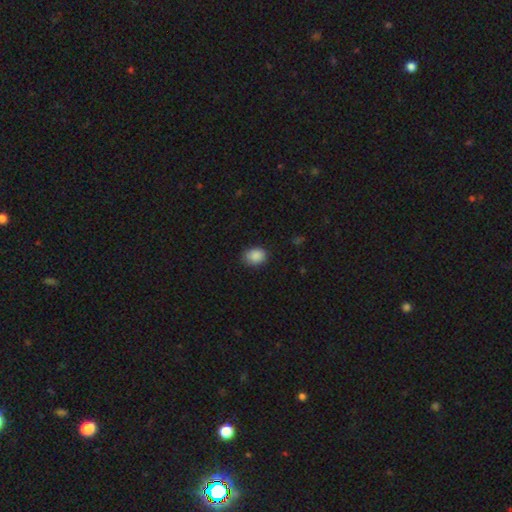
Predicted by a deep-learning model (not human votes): Smooth or featured: smooth — 88% (star or artifact — 8%)
How rounded: in between — 57% (round — 42%)
Merging: none — 83% (minor disturbance — 13%)